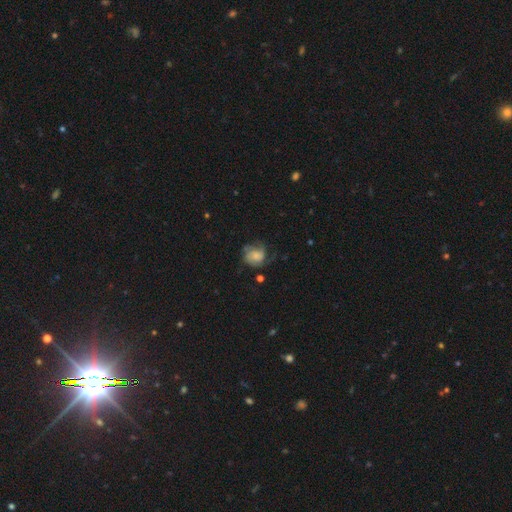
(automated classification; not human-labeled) Morphology: type=smooth (45%, tied with featured or disk); merging=none (49%).